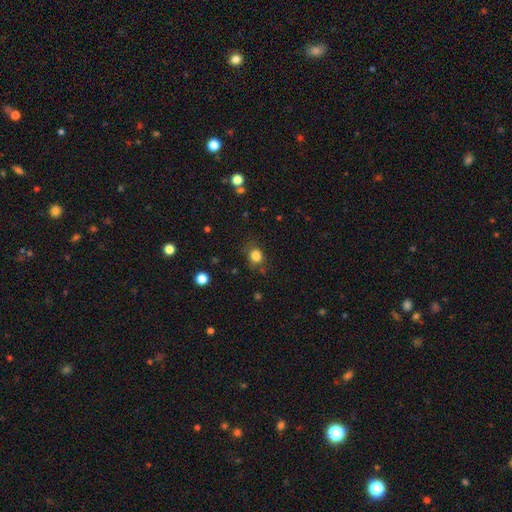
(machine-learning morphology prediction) smooth-or-featured: smooth: 82% | star or artifact: 12% | featured or disk: 6%
  how-rounded: round: 57% | in between: 42% | cigar-shaped: 1%
  merging: none: 69% | minor disturbance: 20% | major disturbance: 7% | merger: 3%